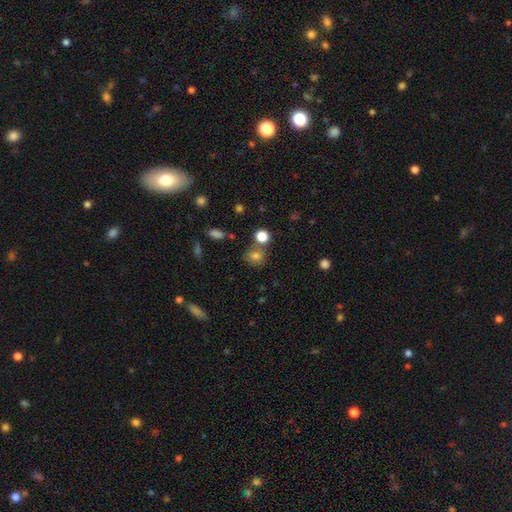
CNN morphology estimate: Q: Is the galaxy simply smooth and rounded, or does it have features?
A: smooth — 78%.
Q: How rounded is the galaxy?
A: round — 74%.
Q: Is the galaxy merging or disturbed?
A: none — 68%.